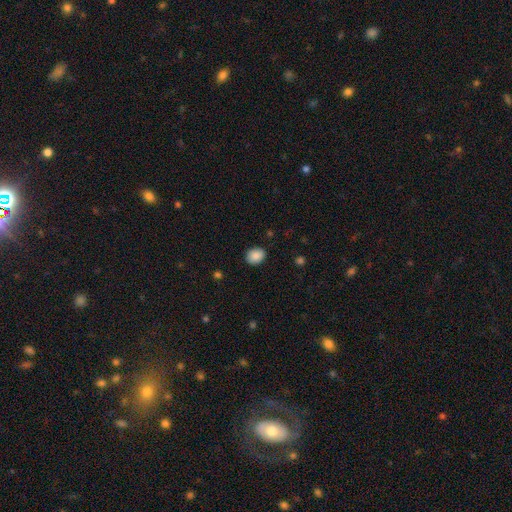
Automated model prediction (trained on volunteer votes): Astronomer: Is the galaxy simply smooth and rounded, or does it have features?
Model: smooth — 88%.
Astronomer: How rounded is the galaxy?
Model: in between — 51% (runner-up: round, 48%).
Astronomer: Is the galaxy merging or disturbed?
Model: none — 86%.